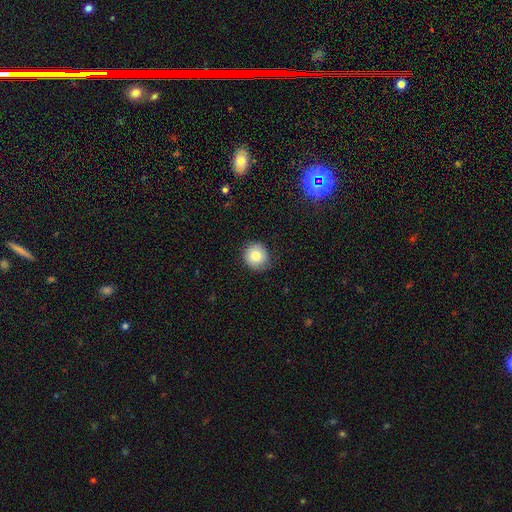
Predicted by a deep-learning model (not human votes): Q: Smooth or featured?
A: smooth (80%); runner-up: featured or disk (11%)
Q: How rounded?
A: round (89%); runner-up: in between (10%)
Q: Merging?
A: none (82%); runner-up: minor disturbance (14%)